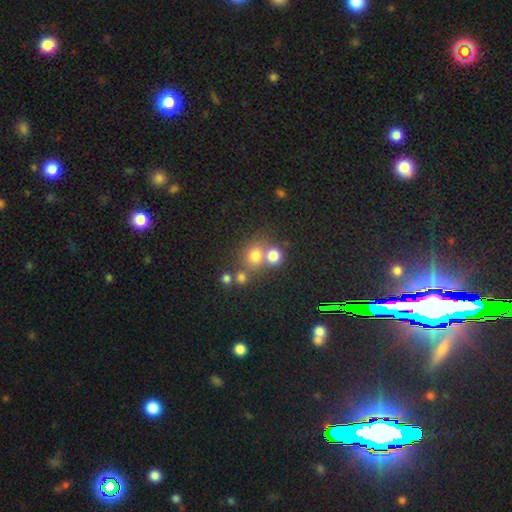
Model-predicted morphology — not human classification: The model was most divided on "merging": none: 50%, merger: 38%, minor disturbance: 8%, major disturbance: 4%. More confident: how rounded — round (81%); smooth or featured — smooth (72%).